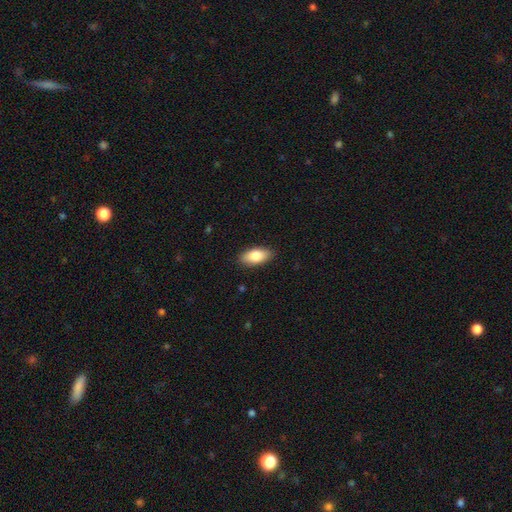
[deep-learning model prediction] A smooth galaxy with no disk features (84%) that is in between round and cigar-shaped (91%).

Vote fractions:
- Smooth or featured? smooth: 84% / featured or disk: 10% / star or artifact: 6%
- How rounded? in between: 91% / cigar-shaped: 6% / round: 3%
- Merging? none: 88% / minor disturbance: 9% / major disturbance: 2% / merger: 1%